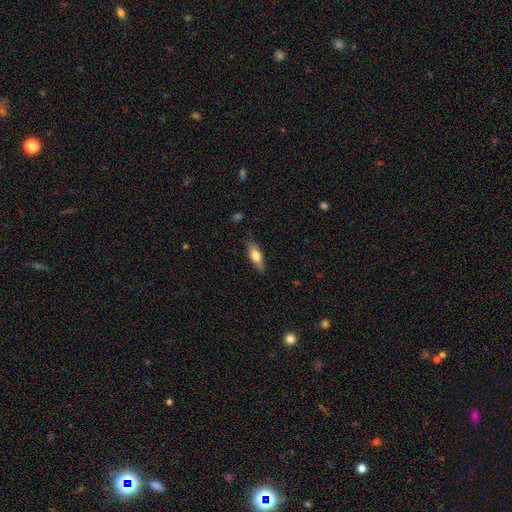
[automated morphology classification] Q: Smooth or featured?
A: smooth (69%); runner-up: featured or disk (25%)
Q: How rounded?
A: in between (58%); runner-up: cigar-shaped (40%)
Q: Merging?
A: none (83%); runner-up: minor disturbance (13%)